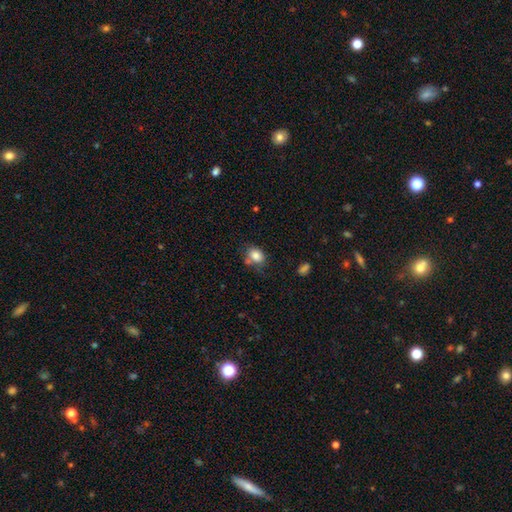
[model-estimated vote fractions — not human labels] Smooth or featured? Predicted: smooth (p=0.82). How rounded? Predicted: in between (p=0.64). Merging? Predicted: none (p=0.57).